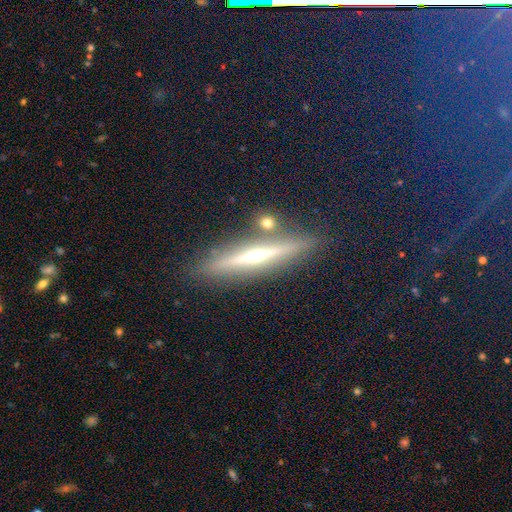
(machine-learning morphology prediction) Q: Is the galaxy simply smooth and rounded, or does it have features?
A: featured or disk — 76%.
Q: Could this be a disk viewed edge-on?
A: yes — 96%.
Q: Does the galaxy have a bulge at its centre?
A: rounded — 84%.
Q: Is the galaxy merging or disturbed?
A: none — 85%.